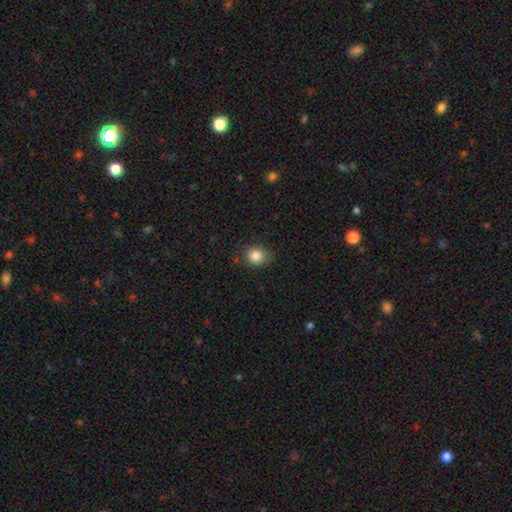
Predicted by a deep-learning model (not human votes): smooth-or-featured: smooth: 85% | star or artifact: 10% | featured or disk: 5%
  how-rounded: round: 68% | in between: 31% | cigar-shaped: 1%
  merging: none: 78% | minor disturbance: 17% | major disturbance: 4% | merger: 1%